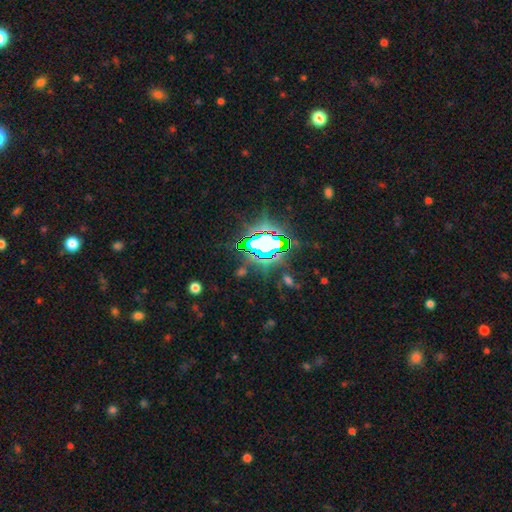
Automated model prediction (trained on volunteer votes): star or artifact 82%, smooth 11%, featured or disk 7%.